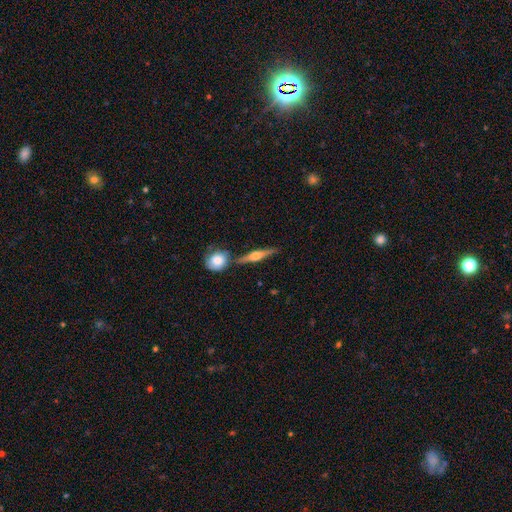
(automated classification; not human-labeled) smooth-or-featured: featured or disk: 68% | smooth: 26% | star or artifact: 6%
  disk-edge-on: yes: 96% | no: 4%
    edge-on-bulge: rounded: 92% | boxy: 5% | none: 3%
  merging: none: 76% | merger: 12% | minor disturbance: 10% | major disturbance: 3%